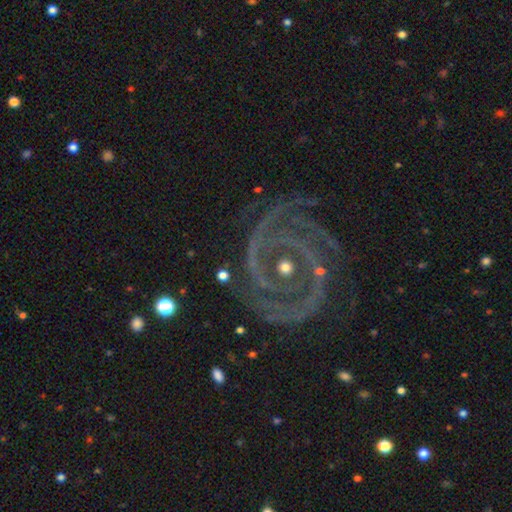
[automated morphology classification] A featured or disk galaxy (89%) with no bar (39%), 2 (38%) tight (65%) spiral arms (97%) and a small central bulge (60%). Merging: none (69%).